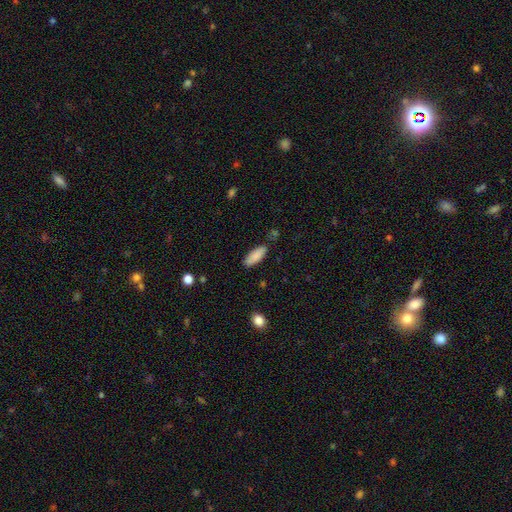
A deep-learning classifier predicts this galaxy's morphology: Smooth or featured: smooth — 86% (featured or disk — 8%)
How rounded: in between — 71% (cigar-shaped — 27%)
Merging: none — 81% (minor disturbance — 14%)